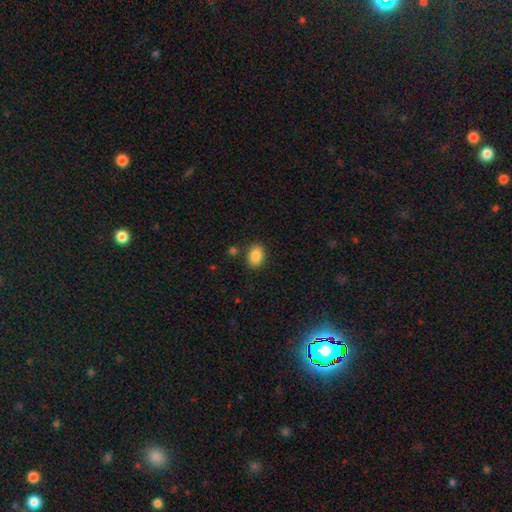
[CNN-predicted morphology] This is clearly a smooth galaxy (87%). How rounded: likely in between (76%). Merging: clearly none (84%).